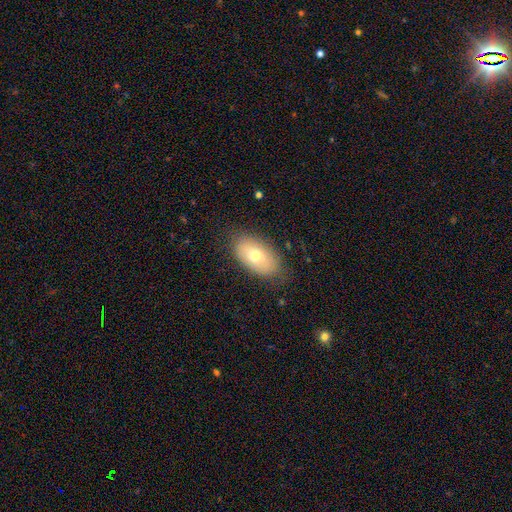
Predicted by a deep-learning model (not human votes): Morphology: type=smooth (69%); roundness=in between (92%); merging=none (80%).